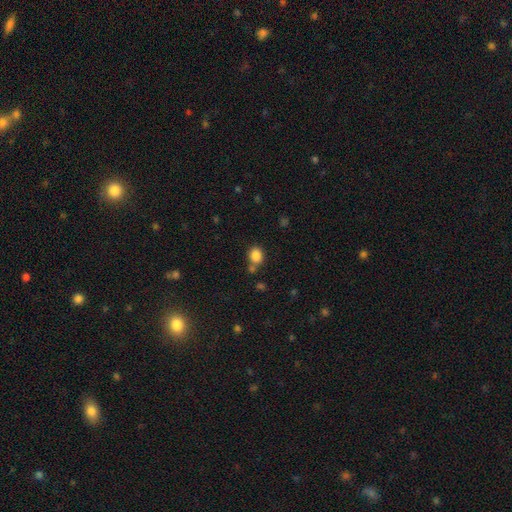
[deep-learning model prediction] smooth-or-featured: smooth: 85% | star or artifact: 10% | featured or disk: 5%
  how-rounded: round: 50% | in between: 49% | cigar-shaped: 1%
  merging: none: 63% | merger: 18% | minor disturbance: 14% | major disturbance: 5%